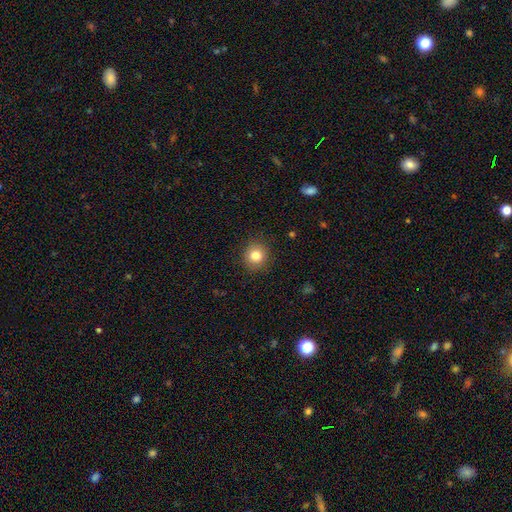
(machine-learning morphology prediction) smooth_or_featured: smooth (p=0.81) [alt: star or artifact p=0.11]
how_rounded: round (p=0.89) [alt: in between p=0.11]
merging: none (p=0.90) [alt: minor disturbance p=0.07]